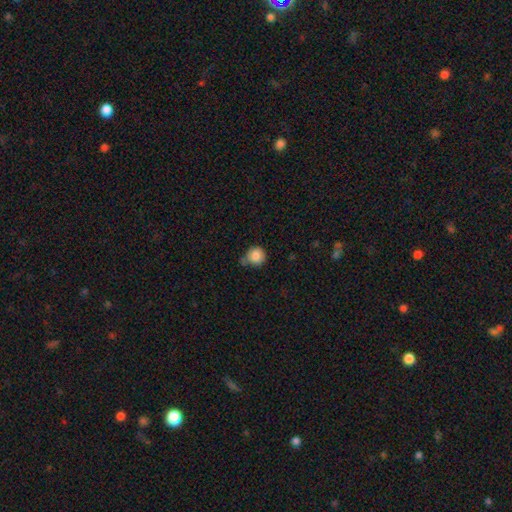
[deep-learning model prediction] Morphology: type=smooth (85%); roundness=round (93%); merging=none (65%).